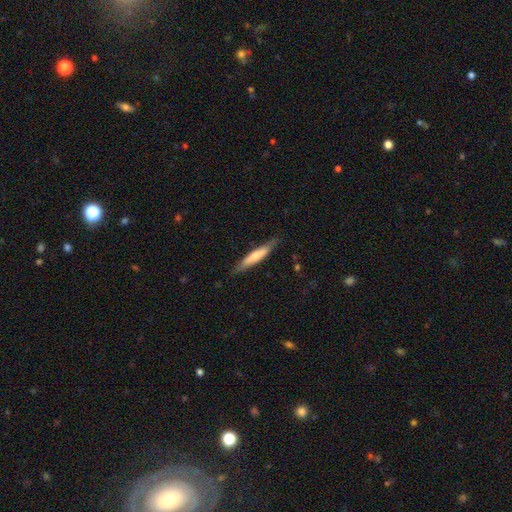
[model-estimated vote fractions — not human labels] This appears to be a smooth galaxy with no disk features (59%) that is cigar-shaped (89%). Merging: none (82%).